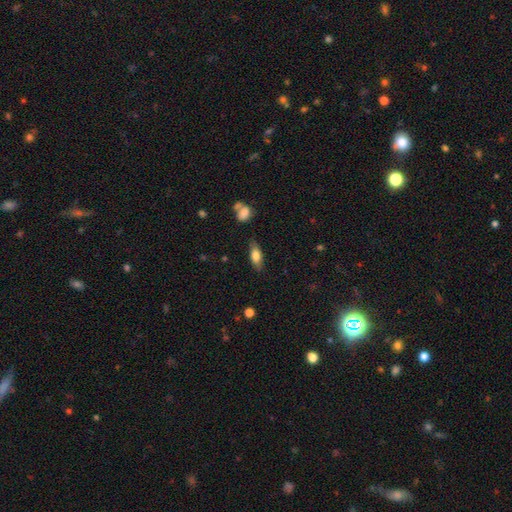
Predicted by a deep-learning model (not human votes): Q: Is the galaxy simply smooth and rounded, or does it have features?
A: smooth — 74%.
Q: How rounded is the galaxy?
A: in between — 72%.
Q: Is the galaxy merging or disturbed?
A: none — 80%.